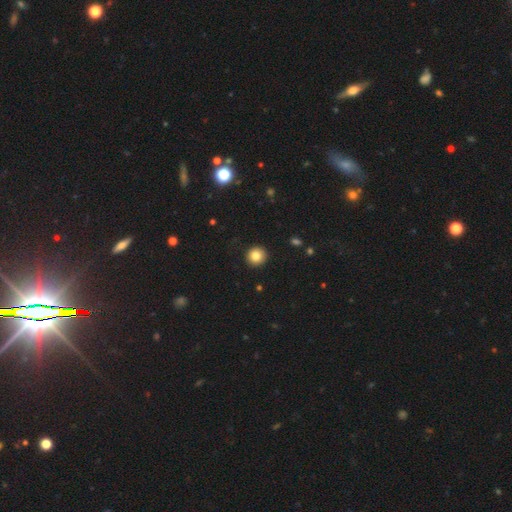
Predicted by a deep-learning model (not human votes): This appears to be a smooth galaxy with no disk features (83%) that is round (93%). Merging: none (92%).